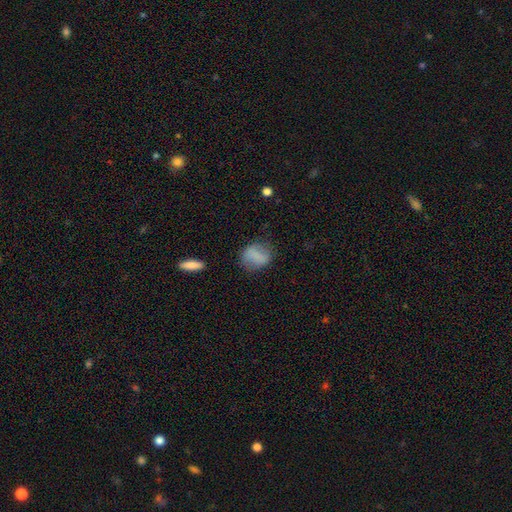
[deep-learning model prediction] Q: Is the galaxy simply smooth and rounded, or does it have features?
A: smooth — 75%.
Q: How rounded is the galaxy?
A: in between — 53%.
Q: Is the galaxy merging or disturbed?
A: none — 71%.